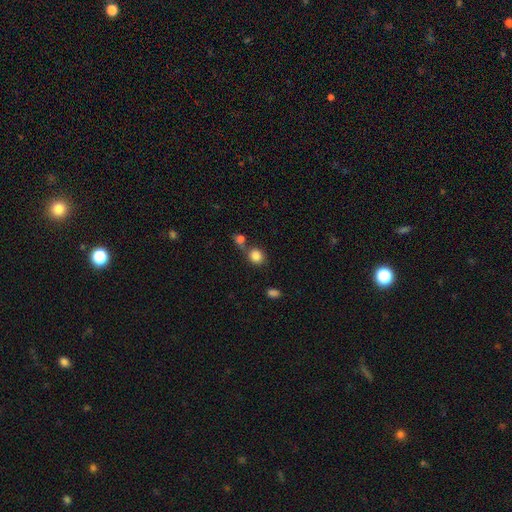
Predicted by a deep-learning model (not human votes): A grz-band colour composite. It shows a smooth galaxy with no disk features (84%) that is round (80%). Merging: none (53%).